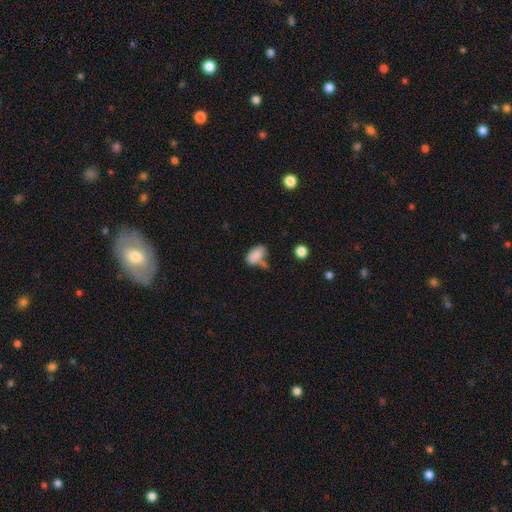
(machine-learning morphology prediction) Q: Smooth or featured?
A: smooth (85%); runner-up: star or artifact (9%)
Q: How rounded?
A: in between (92%); runner-up: round (5%)
Q: Merging?
A: none (48%); runner-up: minor disturbance (25%)